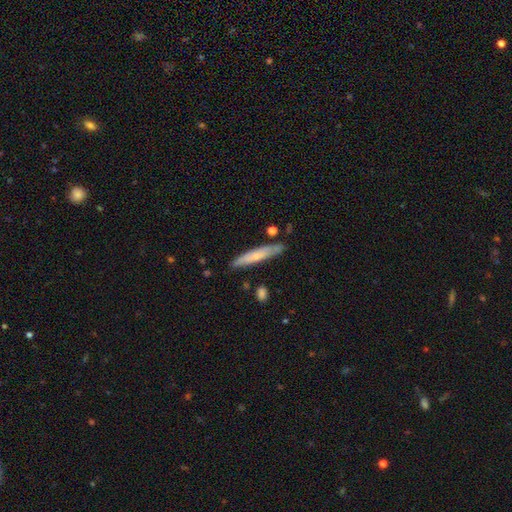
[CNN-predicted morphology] smooth 58%, featured or disk 36%, star or artifact 6%. Down the decision tree: how rounded — cigar-shaped (91%); merging — none (81%).